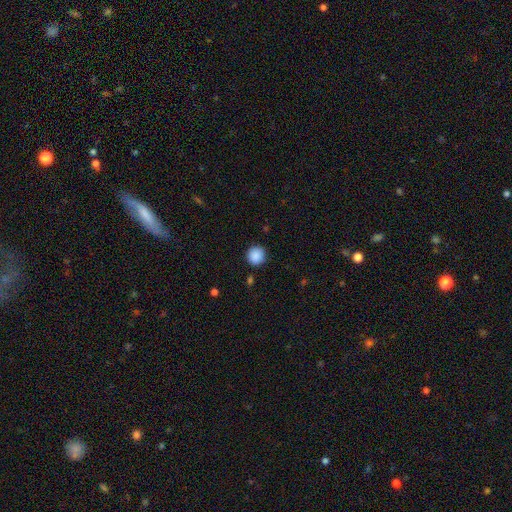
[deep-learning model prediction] Smooth or featured? Predicted: smooth (p=0.89). How rounded? Predicted: round (p=0.94). Merging? Predicted: none (p=0.89).